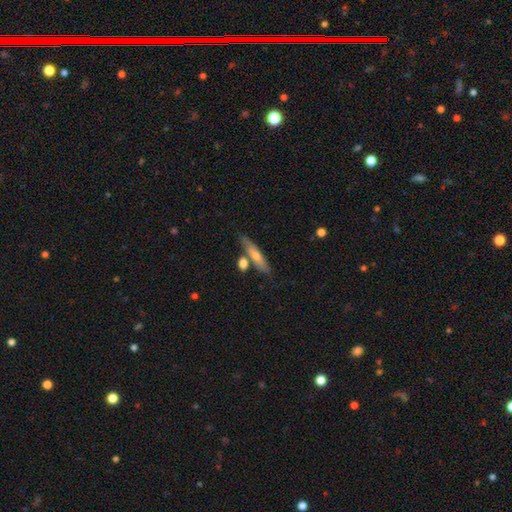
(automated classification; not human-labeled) Smooth or featured: smooth — 63% (featured or disk — 31%)
How rounded: cigar-shaped — 78% (in between — 19%)
Merging: none — 64% (merger — 18%)